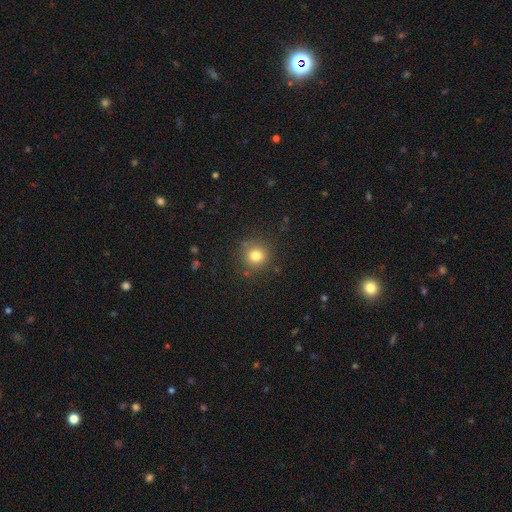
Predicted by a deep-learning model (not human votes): smooth 79%, star or artifact 14%, featured or disk 8%. Down the decision tree: how rounded — round (92%); merging — none (86%).